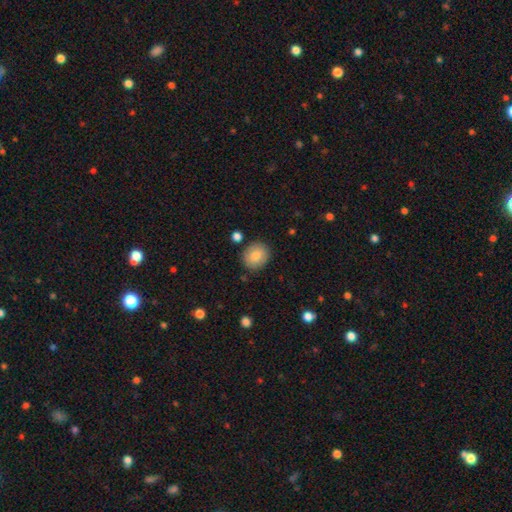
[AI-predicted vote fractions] Q: Smooth or featured?
A: smooth (83%); runner-up: featured or disk (10%)
Q: How rounded?
A: round (74%); runner-up: in between (25%)
Q: Merging?
A: none (85%); runner-up: minor disturbance (9%)